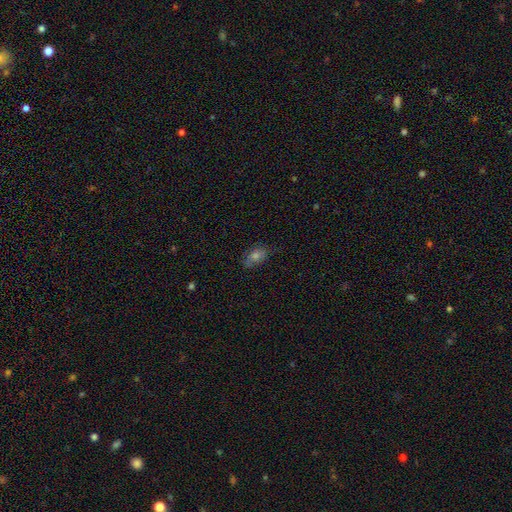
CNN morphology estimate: The model was most divided on "smooth or featured": smooth: 54%, featured or disk: 26%, star or artifact: 20%. More confident: how rounded — in between (78%); merging — none (72%).